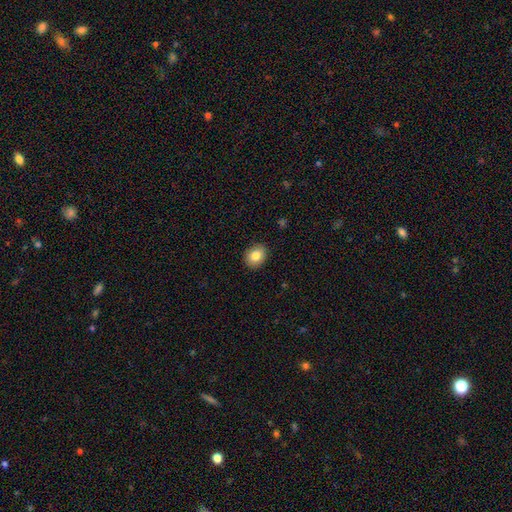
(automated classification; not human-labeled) The model was most divided on "how rounded": in between: 51%, round: 48%, cigar-shaped: 1%. More confident: merging — none (89%); smooth or featured — smooth (83%).